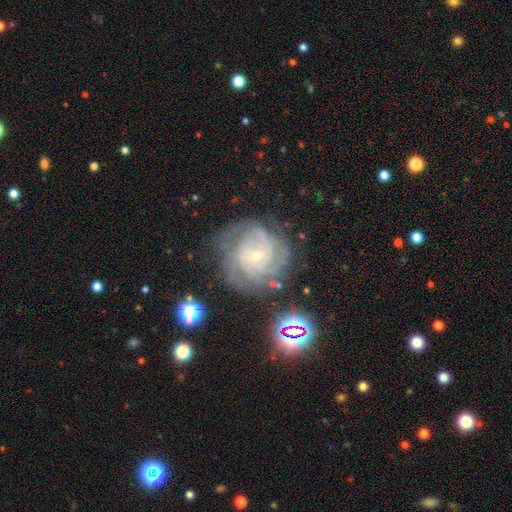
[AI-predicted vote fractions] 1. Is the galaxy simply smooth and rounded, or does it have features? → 85% featured or disk, 8% star or artifact, 7% smooth.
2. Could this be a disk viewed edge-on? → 98% no, 2% yes.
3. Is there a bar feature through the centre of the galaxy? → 67% no, 26% weak, 7% strong.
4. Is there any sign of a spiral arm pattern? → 97% yes, 3% no.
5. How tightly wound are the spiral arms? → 72% tight, 24% medium, 4% loose.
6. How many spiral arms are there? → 27% 4, 25% can't tell, 23% 3, 11% 2, 10% more than 4, 6% 1.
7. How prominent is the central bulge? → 79% small, 18% moderate, 1% none, 1% large, 1% dominant.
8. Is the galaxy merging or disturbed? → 68% none, 20% minor disturbance, 9% major disturbance, 3% merger.